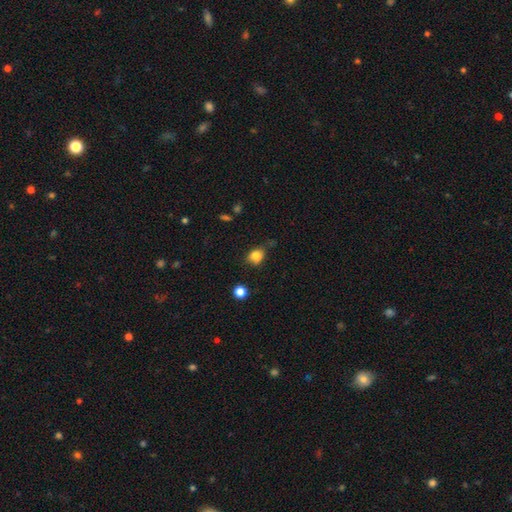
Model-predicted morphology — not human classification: A smooth galaxy with no disk features (82%) that is round (56%).

Vote fractions:
- Smooth or featured? smooth: 82% / star or artifact: 11% / featured or disk: 7%
- How rounded? round: 56% / in between: 43% / cigar-shaped: 1%
- Merging? none: 60% / minor disturbance: 29% / major disturbance: 7% / merger: 4%